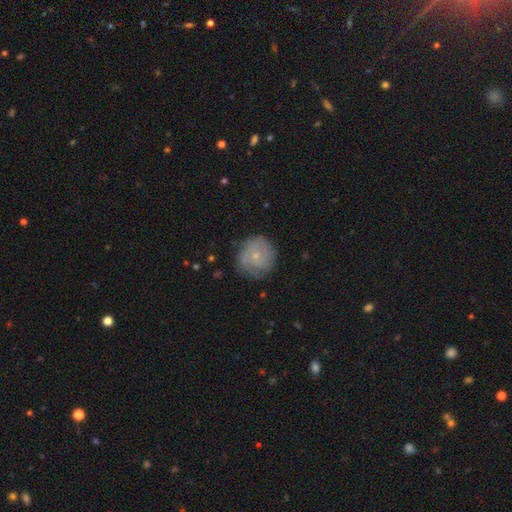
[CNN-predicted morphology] The model was most divided on "smooth or featured": smooth: 49%, featured or disk: 42%, star or artifact: 8%. More confident: merging — none (74%).